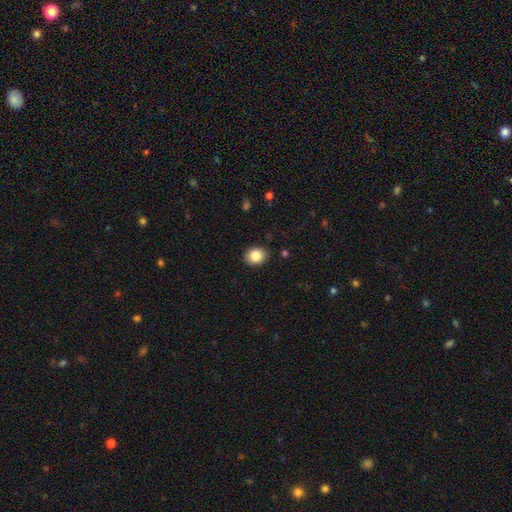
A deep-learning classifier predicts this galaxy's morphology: Smooth or featured: smooth — 85% (star or artifact — 9%)
How rounded: round — 54% (in between — 45%)
Merging: none — 88% (minor disturbance — 9%)